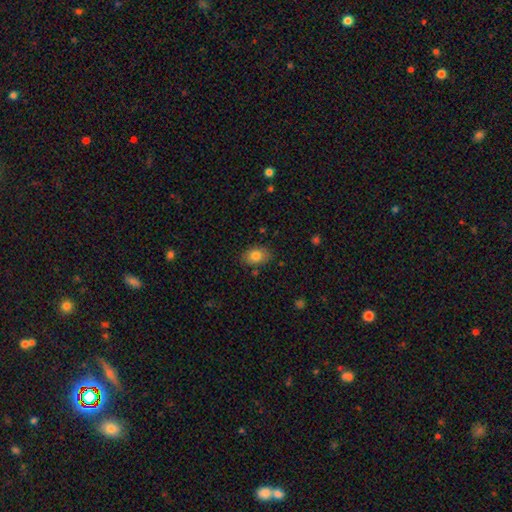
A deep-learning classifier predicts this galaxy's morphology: Smooth or featured? Predicted: smooth (p=0.82). How rounded? Predicted: in between (p=0.78). Merging? Predicted: none (p=0.82).